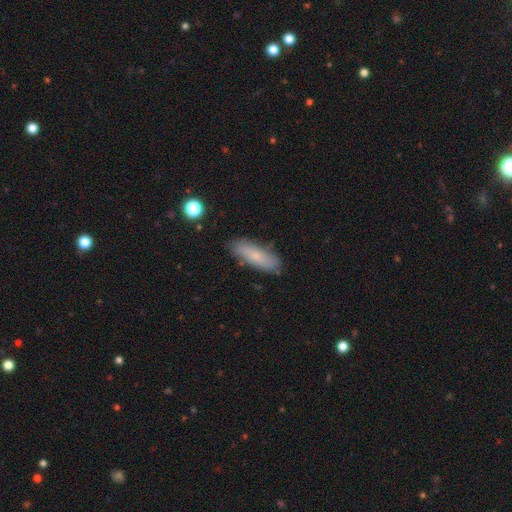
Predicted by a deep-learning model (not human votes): This appears to be a smooth galaxy with no disk features (73%) that is in between round and cigar-shaped (52%). Merging: none (81%).